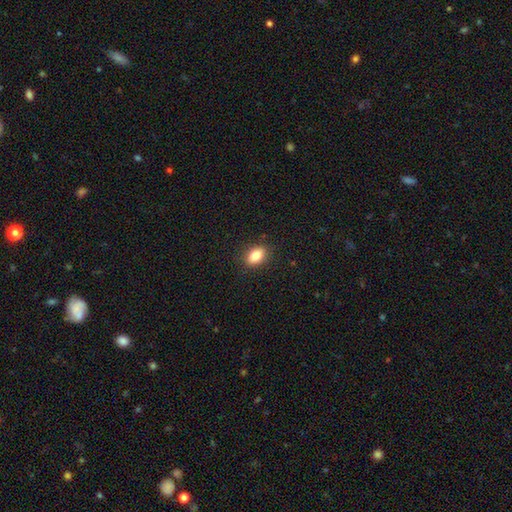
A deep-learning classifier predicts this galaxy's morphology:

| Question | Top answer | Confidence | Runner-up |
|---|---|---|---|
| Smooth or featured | smooth | 84% | star or artifact (9%) |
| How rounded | in between | 83% | round (15%) |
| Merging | none | 88% | minor disturbance (9%) |